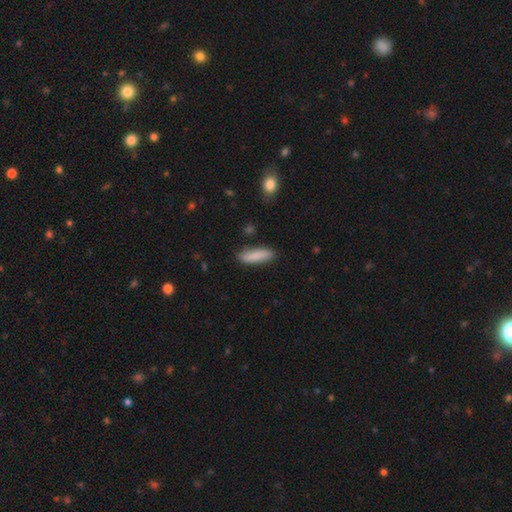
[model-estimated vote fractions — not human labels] Overall: smooth (86%). How rounded: cigar-shaped (65%; in between 34%). Merging: none (85%).